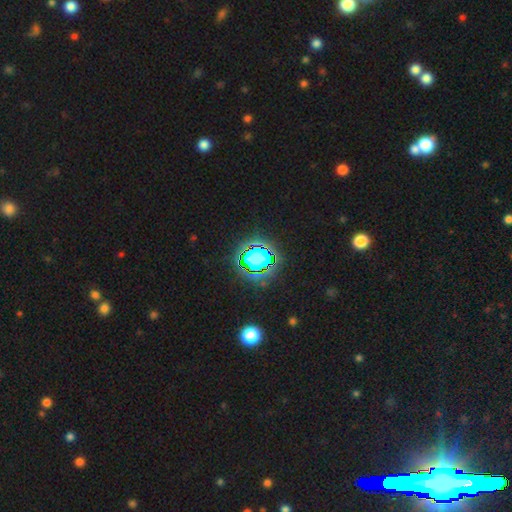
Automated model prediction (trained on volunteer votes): Smooth or featured: star or artifact — 77% (smooth — 15%)